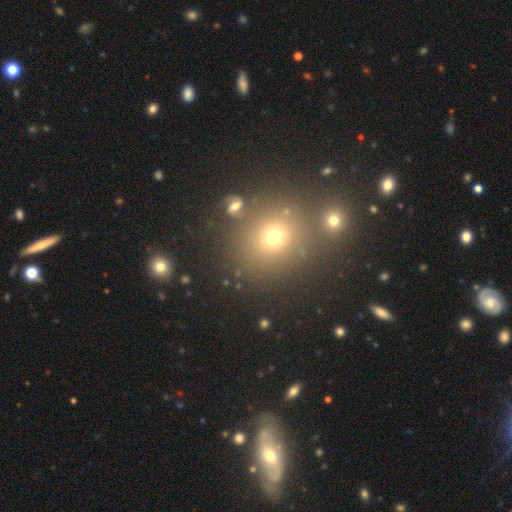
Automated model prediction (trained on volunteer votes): Smooth or featured?
  - smooth: 63% *
  - star or artifact: 28%
  - featured or disk: 10%
How rounded?
  - round: 80% *
  - in between: 19%
  - cigar-shaped: 1%
Merging?
  - none: 77% *
  - merger: 10%
  - minor disturbance: 9%
  - major disturbance: 4%